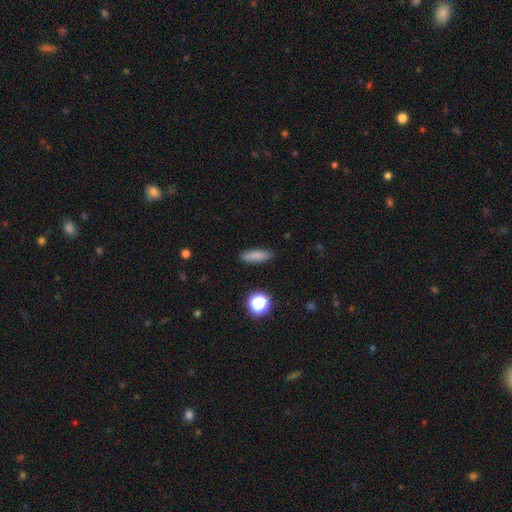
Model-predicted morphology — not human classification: Smooth or featured? smooth (82%)
How rounded? cigar-shaped (50%)
Merging? none (86%)